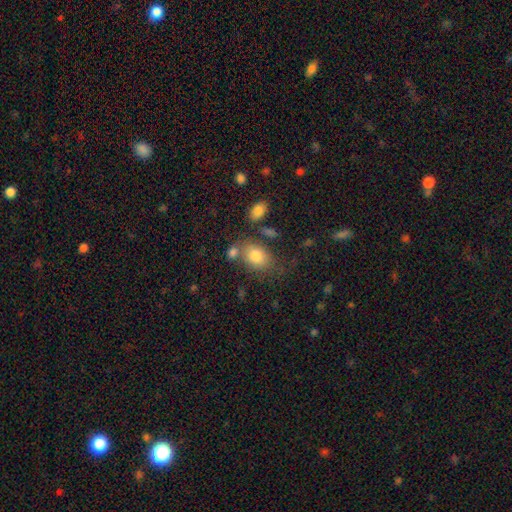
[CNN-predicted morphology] Smooth or featured? smooth (81%)
How rounded? in between (74%)
Merging? none (58%)